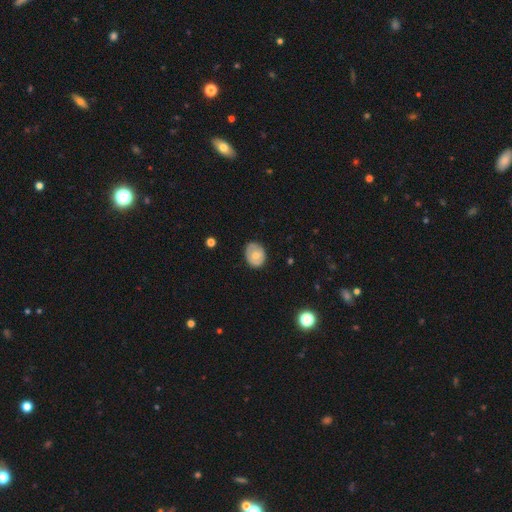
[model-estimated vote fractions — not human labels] This is likely a smooth galaxy (62%). How rounded: possibly in between (50%). Merging: likely none (74%).